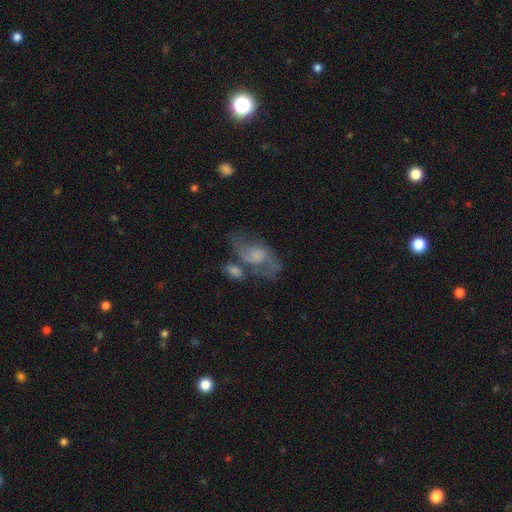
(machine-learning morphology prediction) smooth-or-featured: featured or disk: 70% | smooth: 20% | star or artifact: 10%
  disk-edge-on: no: 95% | yes: 5%
    bar: no: 57% | weak: 36% | strong: 7%
    has-spiral-arms: yes: 84% | no: 16%
      spiral-winding: loose: 53% | medium: 37% | tight: 10%
      spiral-arm-count: 2: 83% | can't tell: 9% | 1: 4% | 3: 2% | 4: 1% | more than 4: 1%
    bulge-size: moderate: 34% (tied) | small: 34% (tied) | none: 19% | large: 10% | dominant: 2%
  merging: none: 42% | merger: 23% | minor disturbance: 18% | major disturbance: 17%